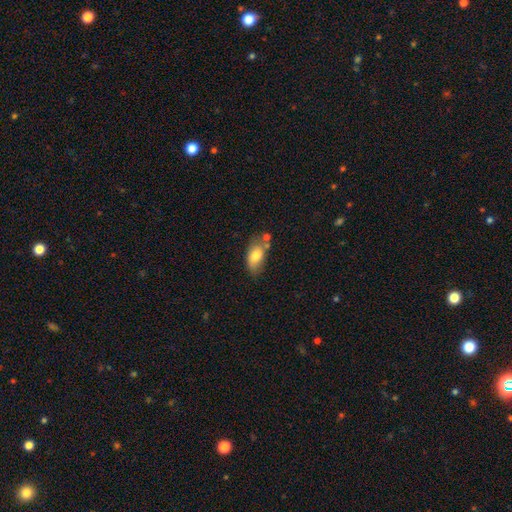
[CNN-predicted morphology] type=smooth (75%); roundness=in between (90%); merging=none (53%).